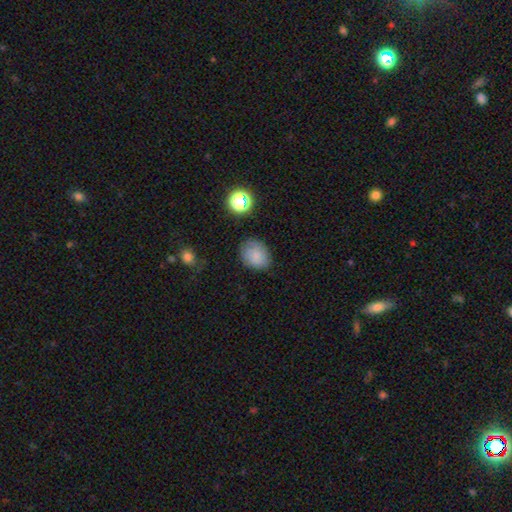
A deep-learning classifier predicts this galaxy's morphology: A smooth galaxy with no disk features (79%) that is round (51%).

Vote fractions:
- Smooth or featured? smooth: 79% / star or artifact: 11% / featured or disk: 9%
- How rounded? round: 51% / in between: 49% / cigar-shaped: 1%
- Merging? none: 76% / minor disturbance: 17% / major disturbance: 5% / merger: 2%